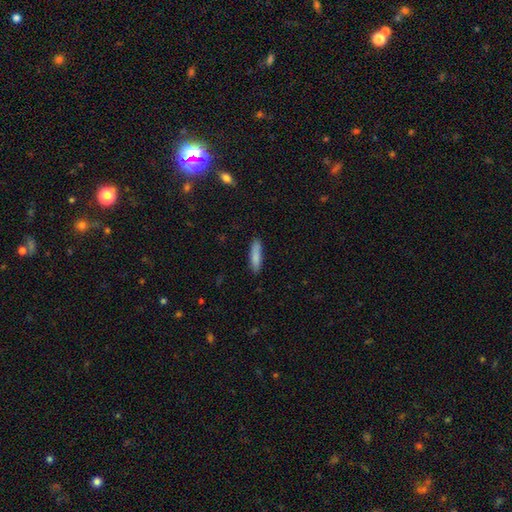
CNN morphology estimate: A smooth galaxy with no disk features (85%) that is cigar-shaped (76%).

Vote fractions:
- Smooth or featured? smooth: 85% / featured or disk: 9% / star or artifact: 6%
- How rounded? cigar-shaped: 76% / in between: 23% / round: 1%
- Merging? none: 87% / minor disturbance: 10% / major disturbance: 2% / merger: 1%